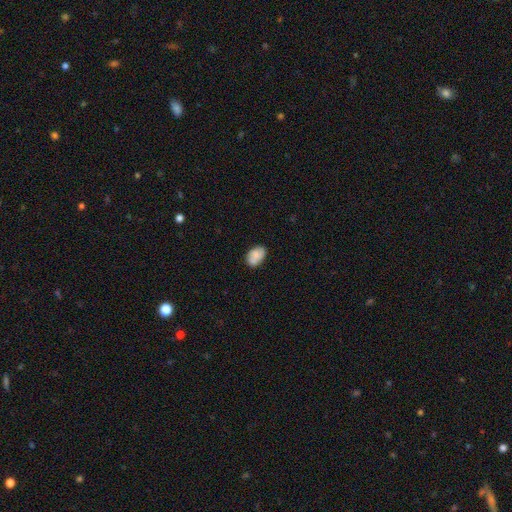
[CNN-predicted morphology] smooth_or_featured: smooth (p=0.80) [alt: featured or disk p=0.13]
how_rounded: in between (p=0.86) [alt: round p=0.12]
merging: none (p=0.73) [alt: minor disturbance p=0.19]